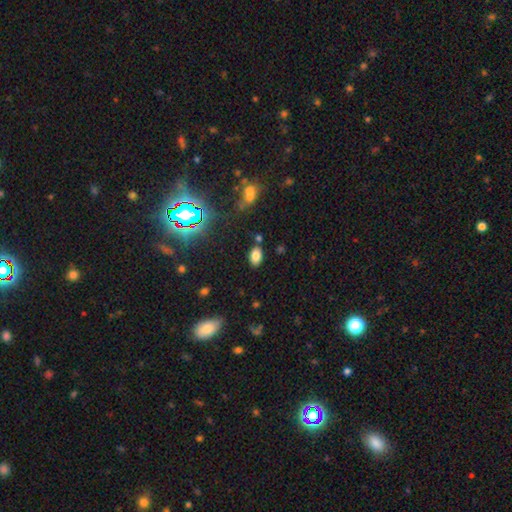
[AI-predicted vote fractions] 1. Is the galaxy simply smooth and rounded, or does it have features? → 77% smooth, 16% star or artifact, 8% featured or disk.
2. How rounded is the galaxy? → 89% in between, 10% round, 2% cigar-shaped.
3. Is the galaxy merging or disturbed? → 81% none, 12% minor disturbance, 5% merger, 3% major disturbance.